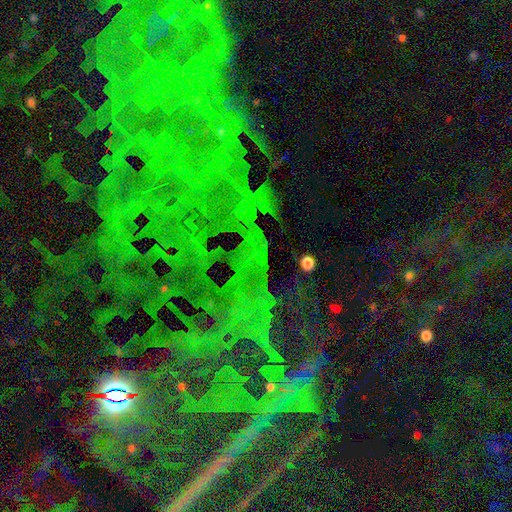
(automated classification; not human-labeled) star or artifact 77%, smooth 11%, featured or disk 11%.